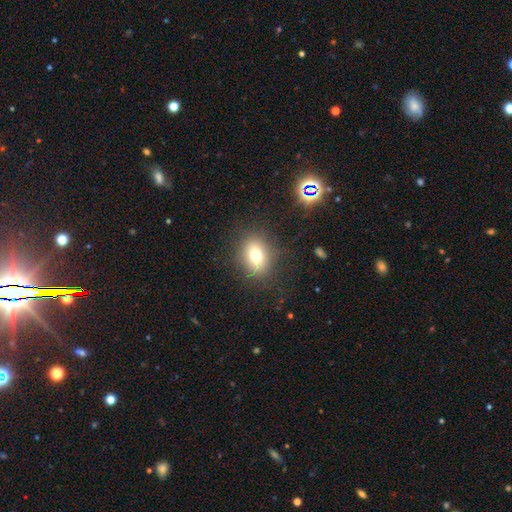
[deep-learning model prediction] Overall: smooth (73%). How rounded: in between (58%; round 41%). Merging: none (84%).